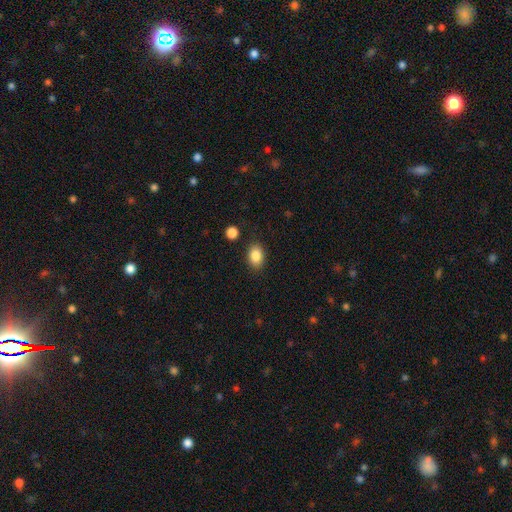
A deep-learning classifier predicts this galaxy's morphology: The model was most divided on "how rounded": in between: 75%, round: 23%, cigar-shaped: 1%. More confident: smooth or featured — smooth (86%); merging — none (86%).